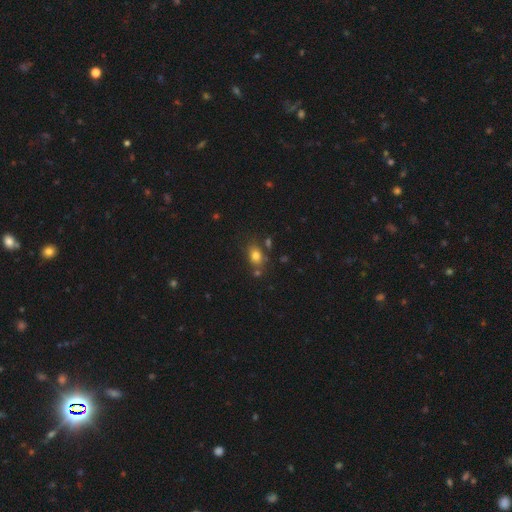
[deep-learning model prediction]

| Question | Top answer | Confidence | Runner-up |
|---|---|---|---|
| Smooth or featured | smooth | 78% | star or artifact (12%) |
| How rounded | in between | 68% | round (31%) |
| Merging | none | 68% | minor disturbance (16%) |